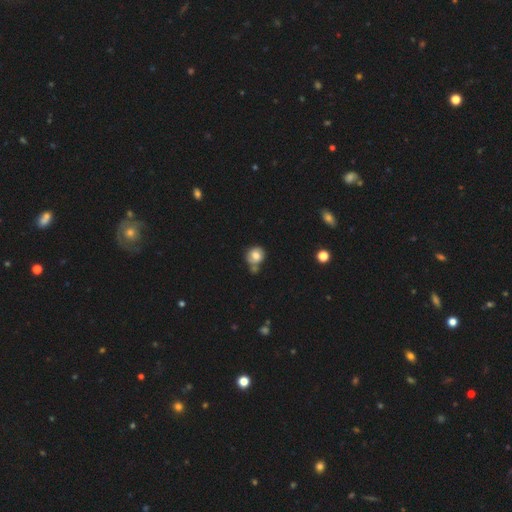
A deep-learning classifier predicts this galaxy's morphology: The model was most divided on "merging": none: 54%, merger: 23%, minor disturbance: 18%, major disturbance: 5%. More confident: how rounded — round (81%); smooth or featured — smooth (74%).